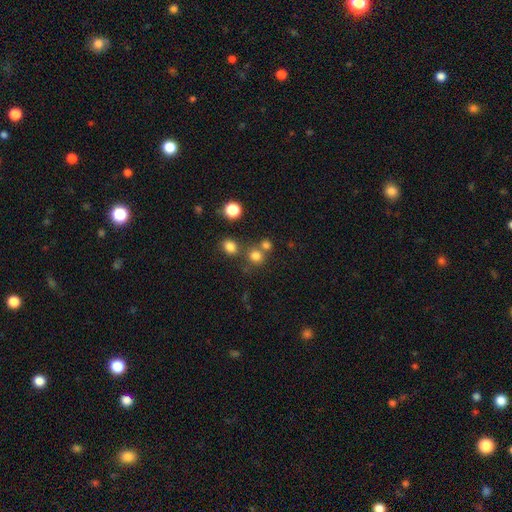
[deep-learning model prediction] Morphology: type=smooth (76%); roundness=round (82%); merging=none (62%).